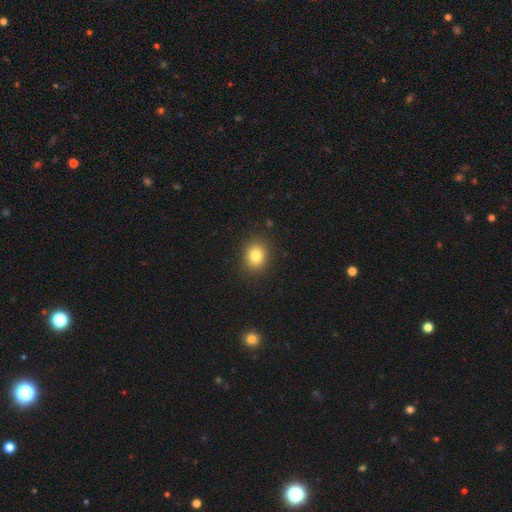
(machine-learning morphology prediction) smooth 83%, star or artifact 10%, featured or disk 7%. Down the decision tree: how rounded — round (59%); merging — none (88%).